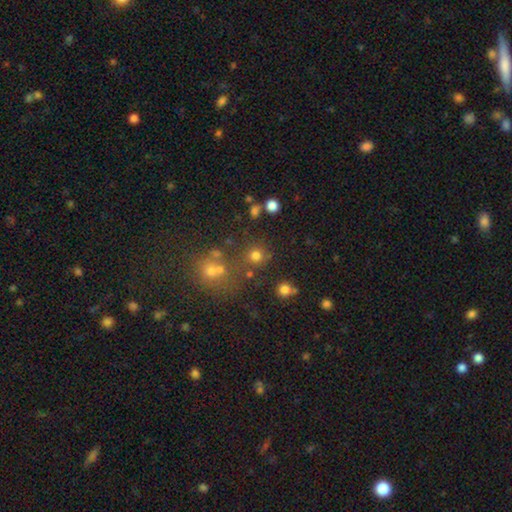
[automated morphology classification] smooth 74%, star or artifact 19%, featured or disk 7%. Down the decision tree: how rounded — round (92%); merging — none (77%).